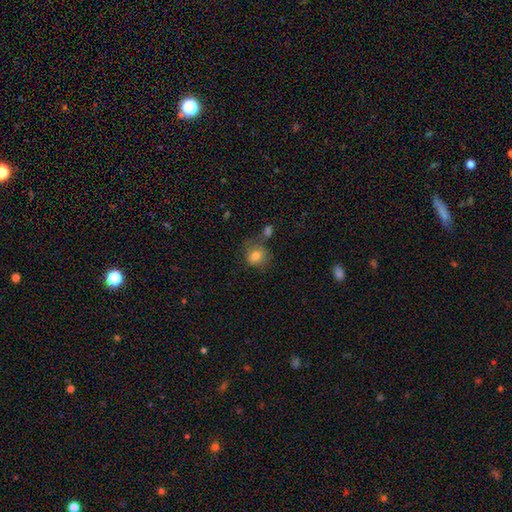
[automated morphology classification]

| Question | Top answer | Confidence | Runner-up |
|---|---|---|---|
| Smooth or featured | smooth | 80% | featured or disk (10%) |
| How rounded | round | 72% | in between (27%) |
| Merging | none | 60% | minor disturbance (20%) |